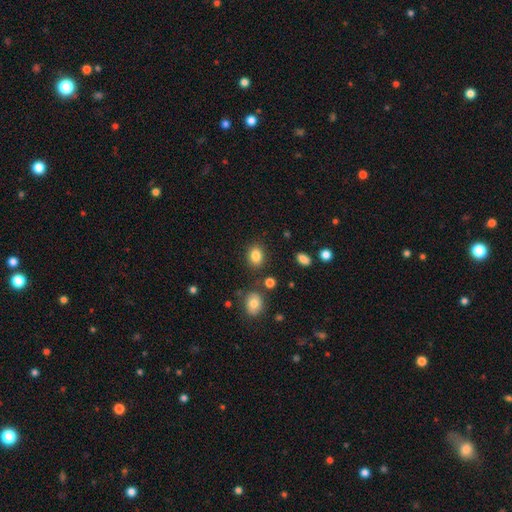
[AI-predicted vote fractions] smooth-or-featured: smooth: 84% | star or artifact: 10% | featured or disk: 6%
  how-rounded: in between: 61% | round: 38% | cigar-shaped: 1%
  merging: none: 82% | minor disturbance: 10% | merger: 4% | major disturbance: 3%